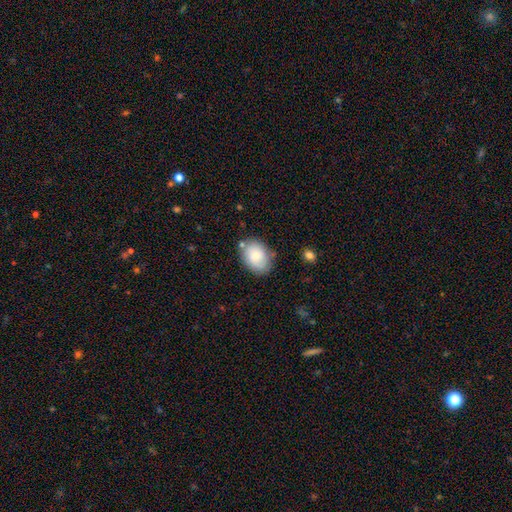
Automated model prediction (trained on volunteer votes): Q: Smooth or featured?
A: smooth (76%); runner-up: featured or disk (17%)
Q: How rounded?
A: in between (74%); runner-up: round (25%)
Q: Merging?
A: none (75%); runner-up: minor disturbance (17%)